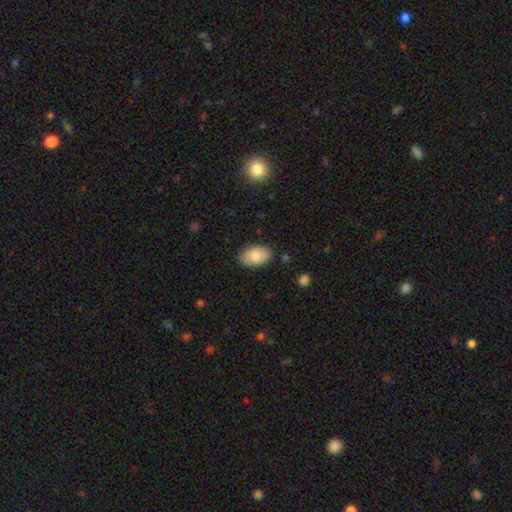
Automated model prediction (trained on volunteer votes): Smooth or featured? smooth (80%)
How rounded? in between (92%)
Merging? none (85%)